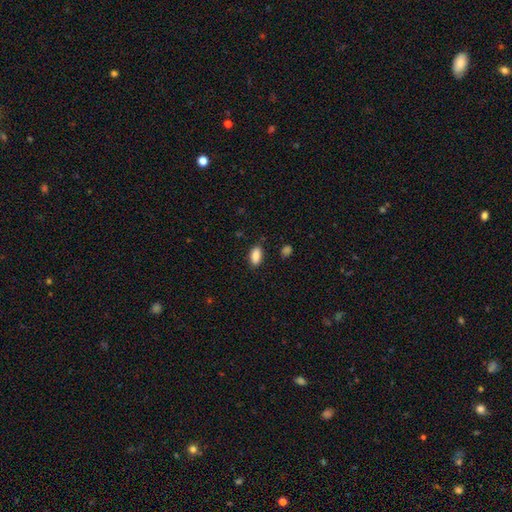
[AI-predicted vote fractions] This appears to be a smooth galaxy with no disk features (88%) that is in between round and cigar-shaped (90%). Merging: none (85%).